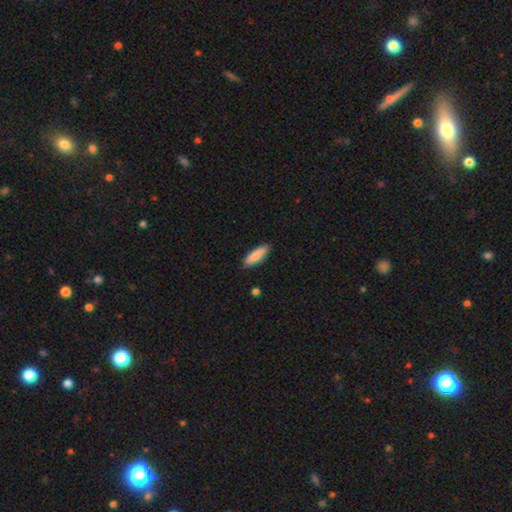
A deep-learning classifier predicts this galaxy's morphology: The model was most divided on "how rounded": cigar-shaped: 51%, in between: 48%, round: 2%. More confident: merging — none (86%); smooth or featured — smooth (84%).